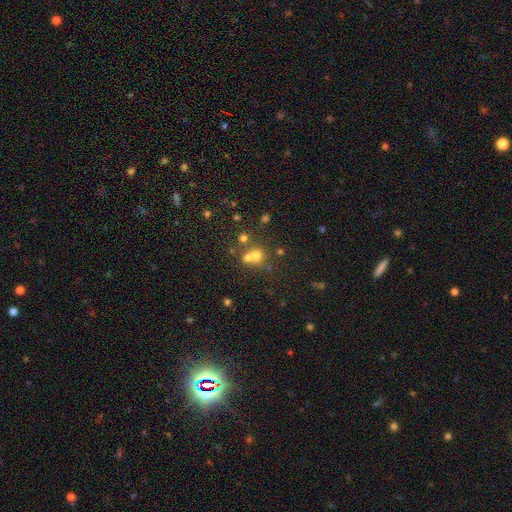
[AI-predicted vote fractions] Overall: smooth (63%). How rounded: round (85%). Merging: merger (47%; none 43%).